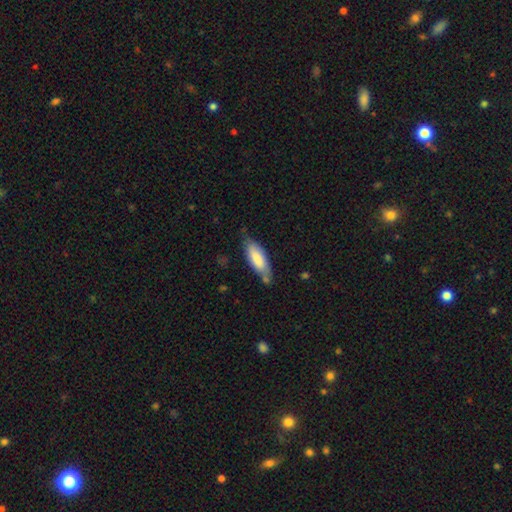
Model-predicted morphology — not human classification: Smooth or featured? Predicted: smooth (p=0.76). How rounded? Predicted: in between (p=0.60). Merging? Predicted: none (p=0.65).